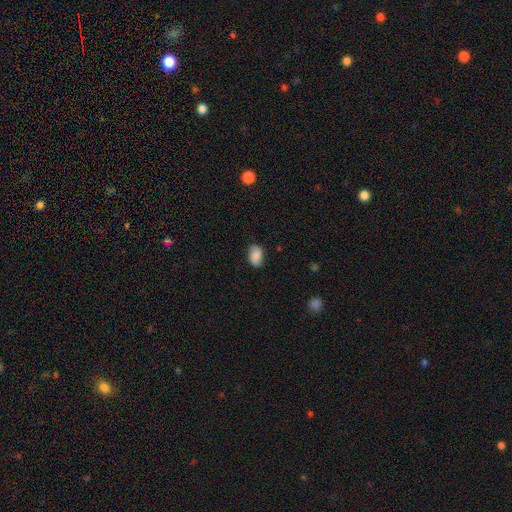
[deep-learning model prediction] A smooth galaxy with no disk features (79%) that is in between round and cigar-shaped (88%).

Vote fractions:
- Smooth or featured? smooth: 79% / featured or disk: 13% / star or artifact: 8%
- How rounded? in between: 88% / round: 11% / cigar-shaped: 2%
- Merging? none: 77% / minor disturbance: 18% / major disturbance: 4% / merger: 1%